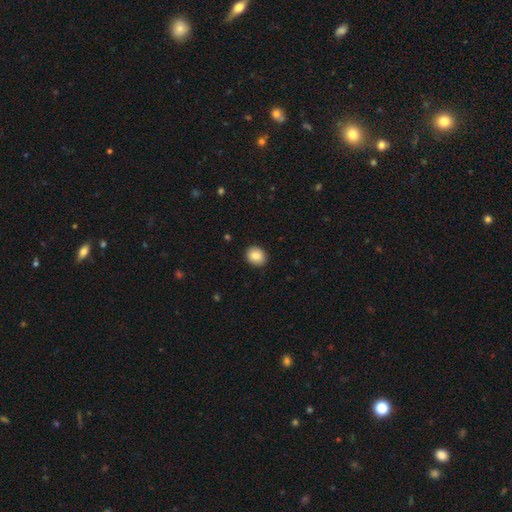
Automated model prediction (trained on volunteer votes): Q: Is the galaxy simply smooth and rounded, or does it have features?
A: smooth — 85%.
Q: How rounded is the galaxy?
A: round — 67%.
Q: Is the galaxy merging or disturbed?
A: none — 91%.